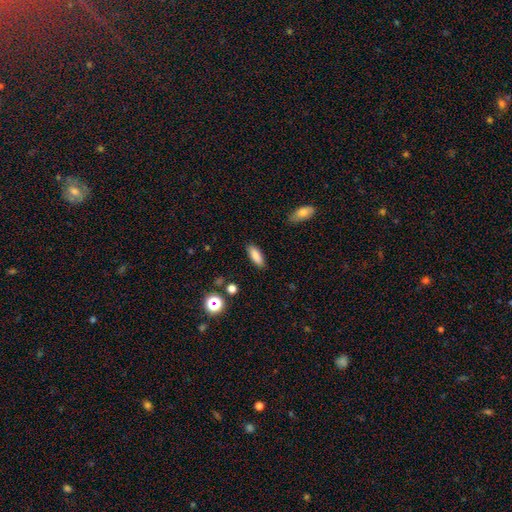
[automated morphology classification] Smooth or featured? smooth (85%)
How rounded? in between (65%)
Merging? none (88%)